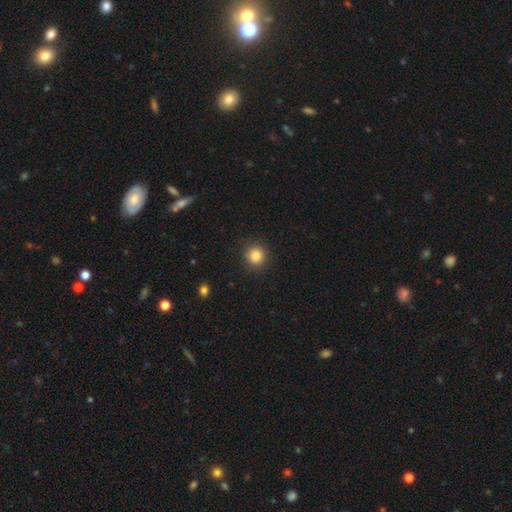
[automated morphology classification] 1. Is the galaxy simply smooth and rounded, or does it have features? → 84% smooth, 11% star or artifact, 5% featured or disk.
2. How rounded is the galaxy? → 93% round, 6% in between, 1% cigar-shaped.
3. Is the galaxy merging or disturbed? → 89% none, 7% minor disturbance, 2% major disturbance, 1% merger.